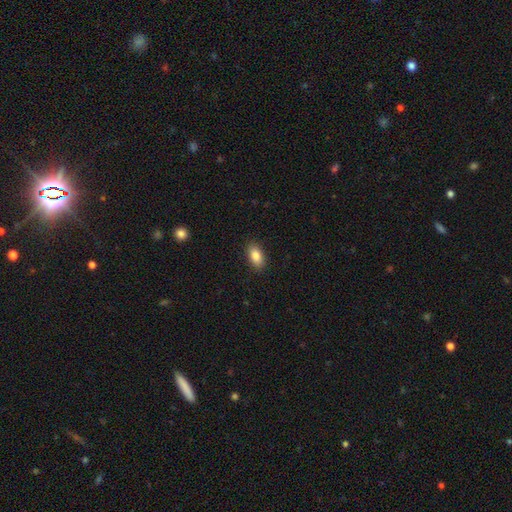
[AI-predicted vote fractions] Smooth or featured? smooth (87%)
How rounded? in between (91%)
Merging? none (88%)